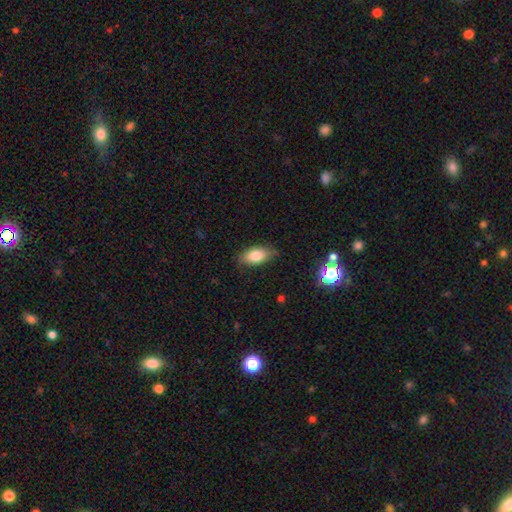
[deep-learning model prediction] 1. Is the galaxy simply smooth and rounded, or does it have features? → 80% smooth, 12% featured or disk, 8% star or artifact.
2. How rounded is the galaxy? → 88% in between, 7% cigar-shaped, 5% round.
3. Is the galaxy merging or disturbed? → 79% none, 17% minor disturbance, 3% major disturbance, 1% merger.